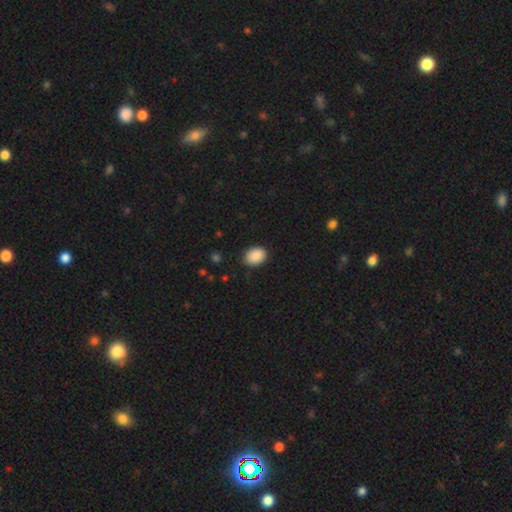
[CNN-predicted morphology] Overall: smooth (89%). How rounded: in between (64%; round 35%). Merging: none (86%).